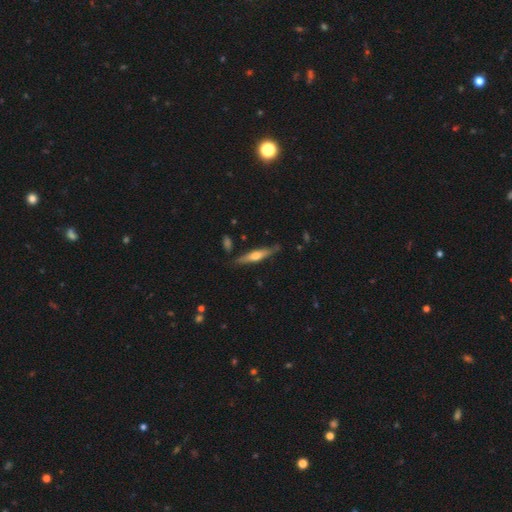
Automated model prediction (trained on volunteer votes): Overall: featured or disk (59%; smooth 35%). Edge-on disk: yes (94%). Edge-on bulge: rounded (87%). Merging: none (81%).